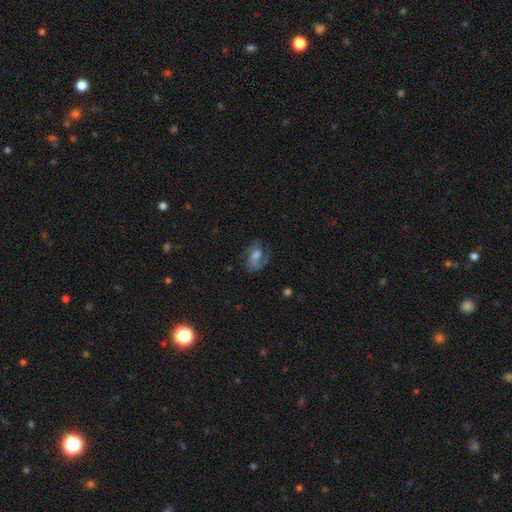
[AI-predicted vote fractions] Smooth or featured? Predicted: featured or disk (p=0.55). Edge-on disk? Predicted: no (p=0.96). Bar? Predicted: no (p=0.56). Spiral arms? Predicted: yes (p=0.79). Bulge size? Predicted: moderate (p=0.45). Merging? Predicted: none (p=0.55).